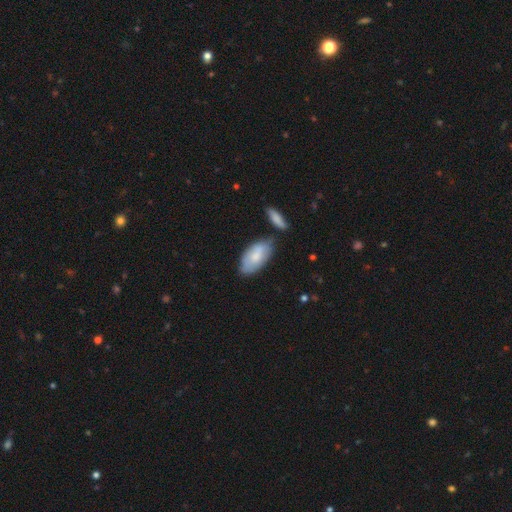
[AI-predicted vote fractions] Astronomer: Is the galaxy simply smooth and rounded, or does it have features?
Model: smooth — 71%.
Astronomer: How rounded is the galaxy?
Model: in between — 93%.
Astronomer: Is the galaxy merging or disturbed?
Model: none — 58%.